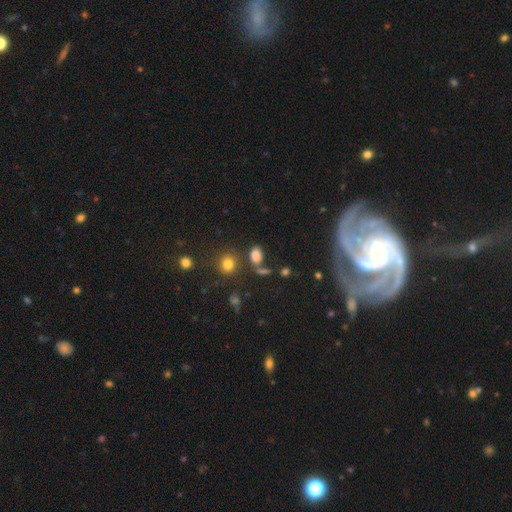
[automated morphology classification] smooth 78%, star or artifact 15%, featured or disk 6%. Down the decision tree: how rounded — in between (74%); merging — none (61%).